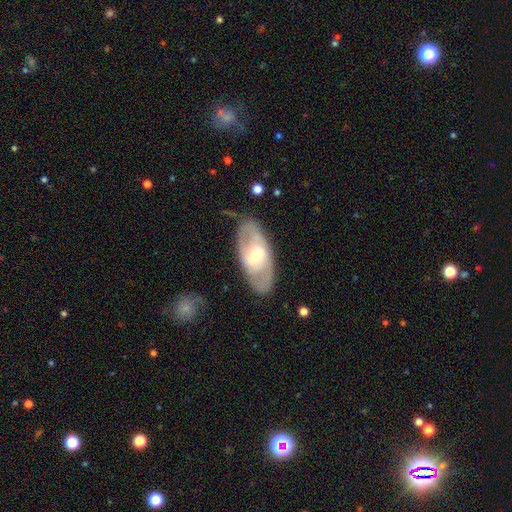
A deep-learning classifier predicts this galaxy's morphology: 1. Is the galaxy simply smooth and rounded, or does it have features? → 62% featured or disk, 33% smooth, 6% star or artifact.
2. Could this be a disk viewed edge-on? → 89% no, 11% yes.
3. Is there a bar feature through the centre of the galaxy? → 45% no, 38% weak, 17% strong.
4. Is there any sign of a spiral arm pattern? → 57% yes, 43% no.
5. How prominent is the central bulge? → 53% moderate, 38% small, 7% large, 1% dominant, 1% none.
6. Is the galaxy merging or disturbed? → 78% none, 14% minor disturbance, 5% major disturbance, 2% merger.